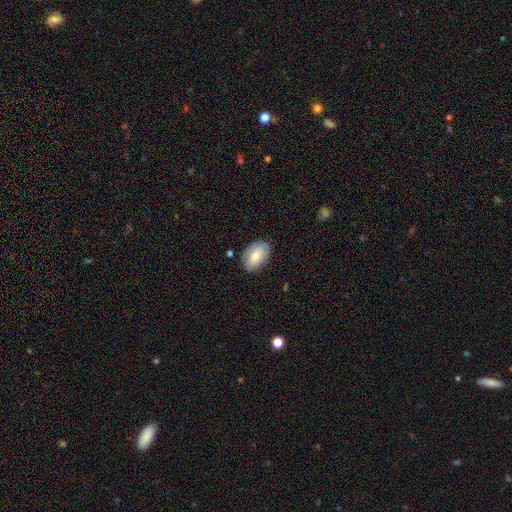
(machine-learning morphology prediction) Overall: smooth (66%; featured or disk 28%). How rounded: in between (89%). Merging: none (79%).